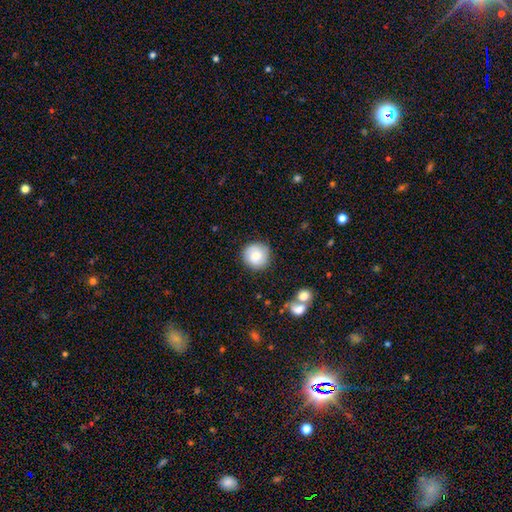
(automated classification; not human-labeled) smooth_or_featured: smooth (p=0.76) [alt: featured or disk p=0.17]
how_rounded: round (p=0.93) [alt: in between p=0.06]
merging: none (p=0.85) [alt: minor disturbance p=0.10]